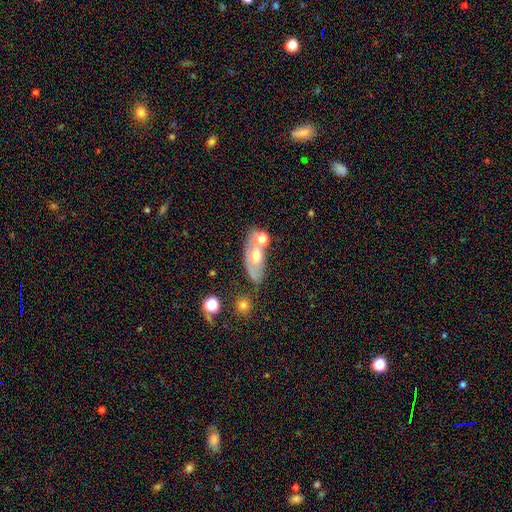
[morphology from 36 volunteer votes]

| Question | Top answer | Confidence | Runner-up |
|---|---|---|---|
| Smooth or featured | featured or disk | 61% | smooth (39%) |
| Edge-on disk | no | 77% | yes (23%) |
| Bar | no | 94% | weak (6%) |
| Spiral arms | no | 82% | yes (18%) |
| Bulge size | moderate | 76% | large (12%) |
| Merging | none | 61% | merger (22%) |